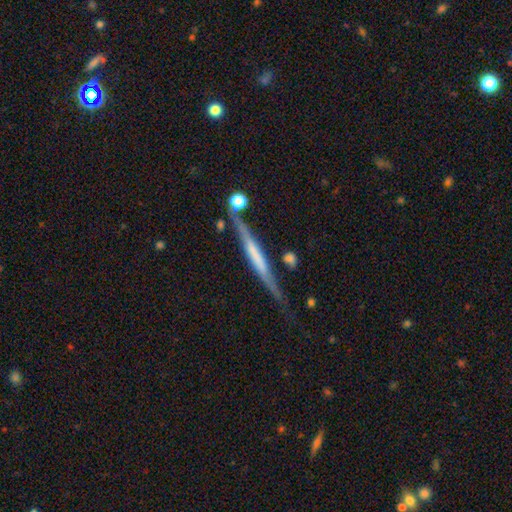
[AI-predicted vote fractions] Overall: featured or disk (62%; smooth 32%). Edge-on disk: yes (95%). Edge-on bulge: none (59%; boxy 24%). Merging: none (72%).